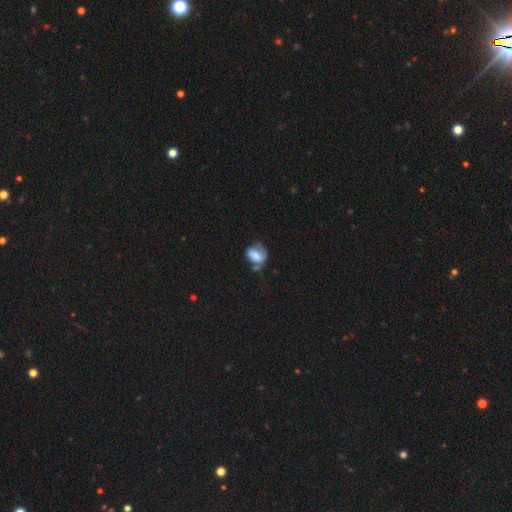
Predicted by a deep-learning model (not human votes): A smooth galaxy with no disk features (58%) that is in between round and cigar-shaped (54%).

Vote fractions:
- Smooth or featured? smooth: 58% / featured or disk: 33% / star or artifact: 8%
- How rounded? in between: 54% / round: 44% / cigar-shaped: 1%
- Merging? none: 35% / minor disturbance: 31% / major disturbance: 23% / merger: 11%